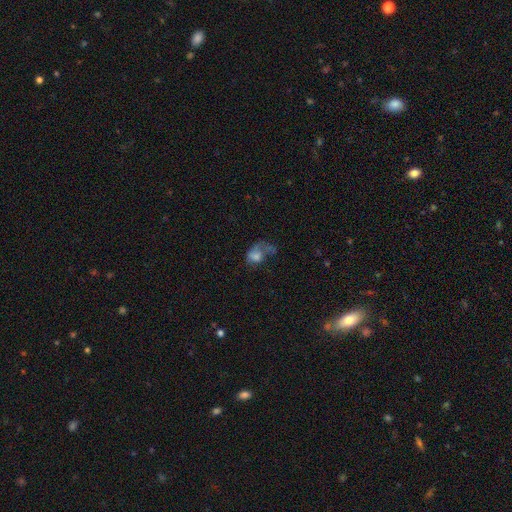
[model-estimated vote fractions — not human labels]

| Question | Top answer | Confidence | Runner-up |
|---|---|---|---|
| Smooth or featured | smooth | 58% | featured or disk (28%) |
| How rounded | in between | 71% | round (27%) |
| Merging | major disturbance | 50% | none (20%) |